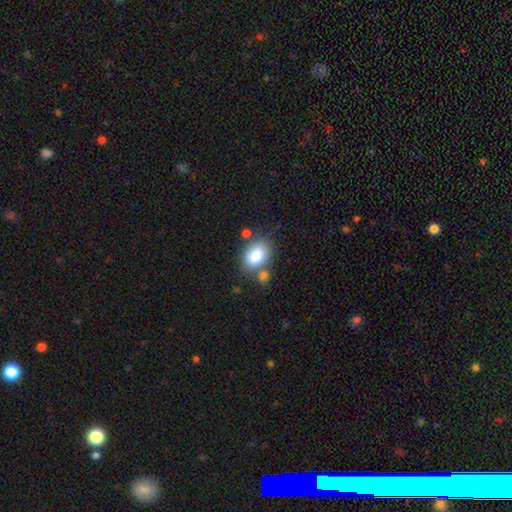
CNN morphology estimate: Overall: smooth (83%). How rounded: in between (77%). Merging: none (64%).